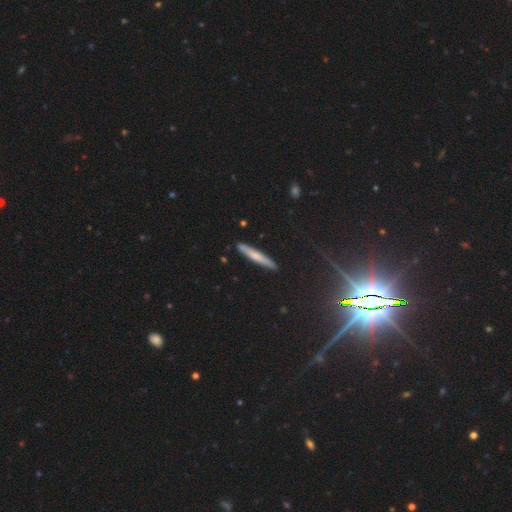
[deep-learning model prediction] Smooth or featured? smooth (62%)
How rounded? cigar-shaped (95%)
Merging? none (89%)